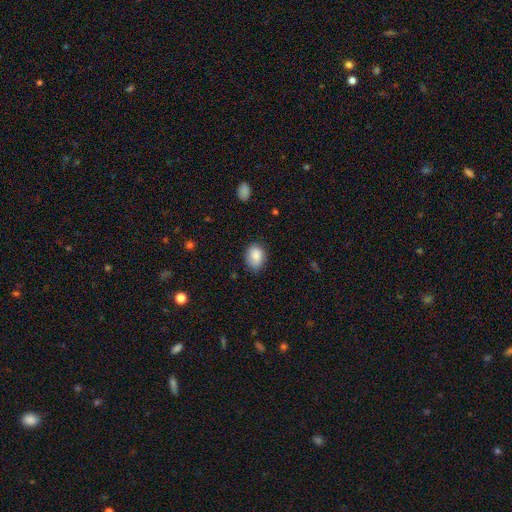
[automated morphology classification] Overall: smooth (86%). How rounded: in between (72%). Merging: none (72%).